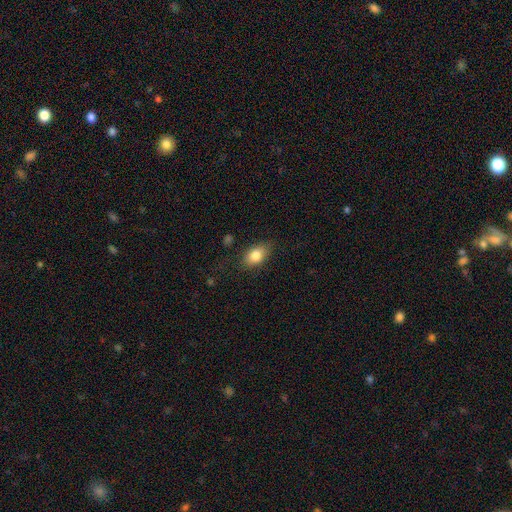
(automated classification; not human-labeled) Smooth or featured? Predicted: smooth (p=0.82). How rounded? Predicted: in between (p=0.84). Merging? Predicted: none (p=0.78).